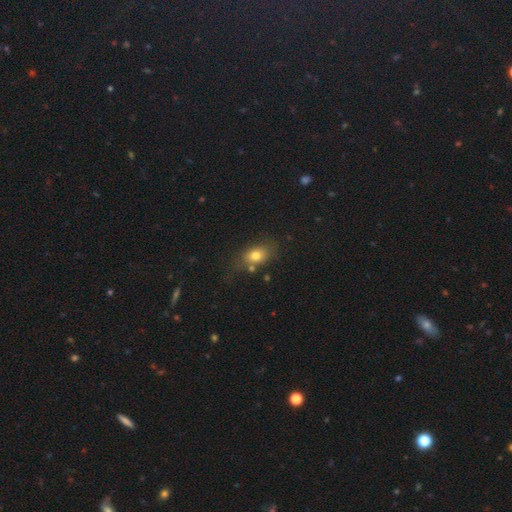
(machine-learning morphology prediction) The model was most divided on "merging": none: 64%, minor disturbance: 19%, merger: 10%, major disturbance: 7%. More confident: smooth or featured — smooth (76%); how rounded — in between (72%).